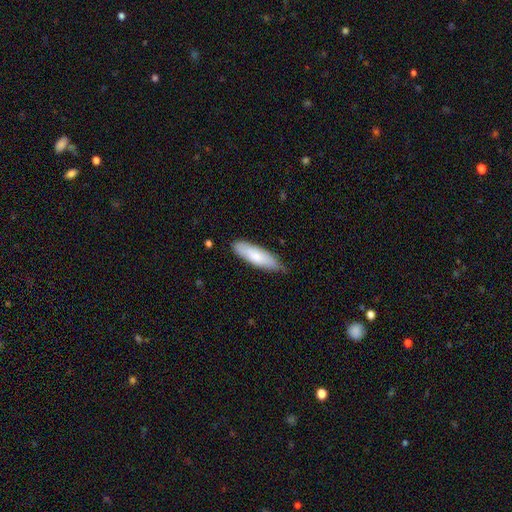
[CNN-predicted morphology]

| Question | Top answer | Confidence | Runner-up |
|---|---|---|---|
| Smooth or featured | smooth | 77% | featured or disk (18%) |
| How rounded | cigar-shaped | 49% | tied: in between (49%) |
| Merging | none | 71% | minor disturbance (25%) |